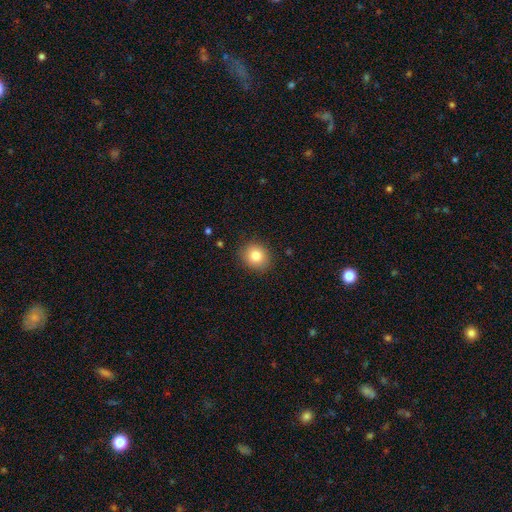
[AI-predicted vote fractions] smooth-or-featured: smooth: 83% | star or artifact: 9% | featured or disk: 8%
  how-rounded: round: 75% | in between: 24% | cigar-shaped: 1%
  merging: none: 87% | minor disturbance: 9% | major disturbance: 2% | merger: 1%